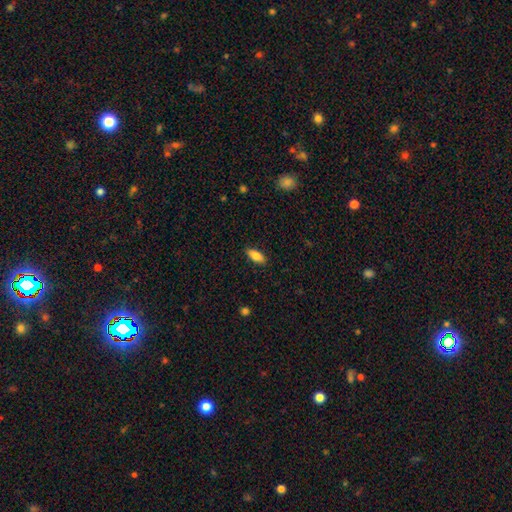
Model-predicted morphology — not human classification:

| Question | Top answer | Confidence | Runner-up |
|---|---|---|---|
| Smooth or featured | smooth | 83% | featured or disk (10%) |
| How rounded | in between | 81% | cigar-shaped (16%) |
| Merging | none | 88% | minor disturbance (9%) |